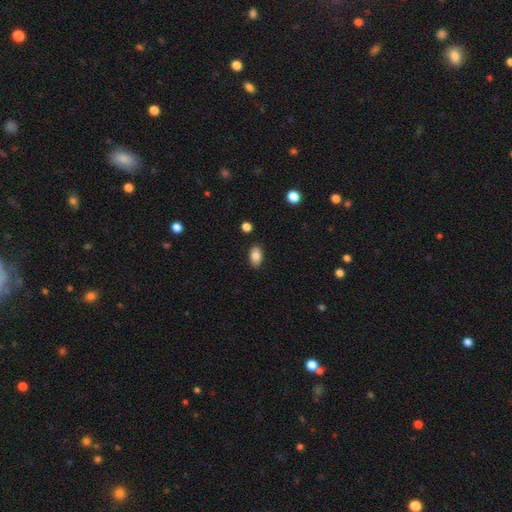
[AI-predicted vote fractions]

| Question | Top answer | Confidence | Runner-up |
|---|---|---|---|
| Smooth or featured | smooth | 83% | featured or disk (8%) |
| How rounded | in between | 90% | round (8%) |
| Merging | none | 87% | minor disturbance (9%) |